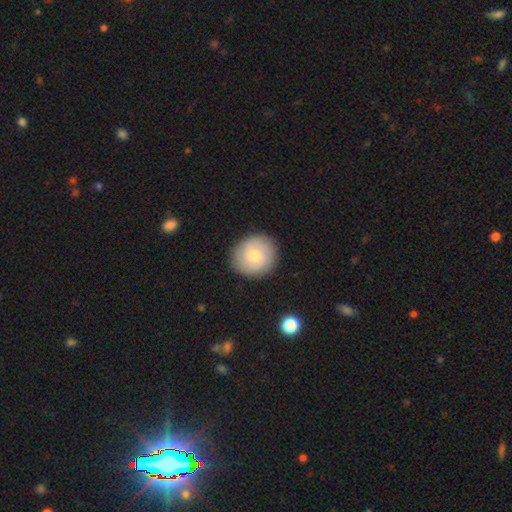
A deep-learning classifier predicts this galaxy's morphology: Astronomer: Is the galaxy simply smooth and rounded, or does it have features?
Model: smooth — 59%.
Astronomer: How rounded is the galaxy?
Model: round — 88%.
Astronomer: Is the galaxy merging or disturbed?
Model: none — 89%.